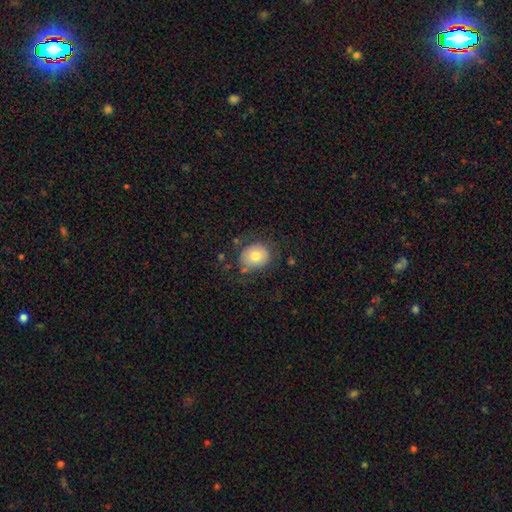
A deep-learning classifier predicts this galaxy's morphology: smooth_or_featured: smooth (p=0.72) [alt: featured or disk p=0.19]
how_rounded: round (p=0.64) [alt: in between p=0.35]
merging: none (p=0.66) [alt: minor disturbance p=0.20]